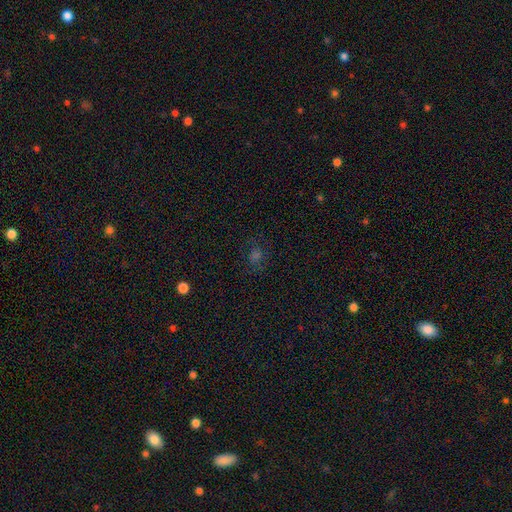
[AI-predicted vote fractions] Smooth or featured?
  - smooth: 41% *
  - star or artifact: 39%
  - featured or disk: 20%
Merging?
  - none: 74% *
  - minor disturbance: 15%
  - major disturbance: 9%
  - merger: 2%